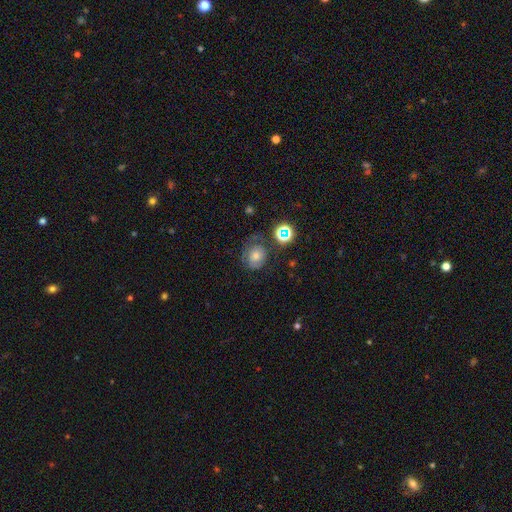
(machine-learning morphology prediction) The model was most divided on "smooth or featured": smooth: 42%, featured or disk: 38%, star or artifact: 20%. More confident: merging — none (60%).